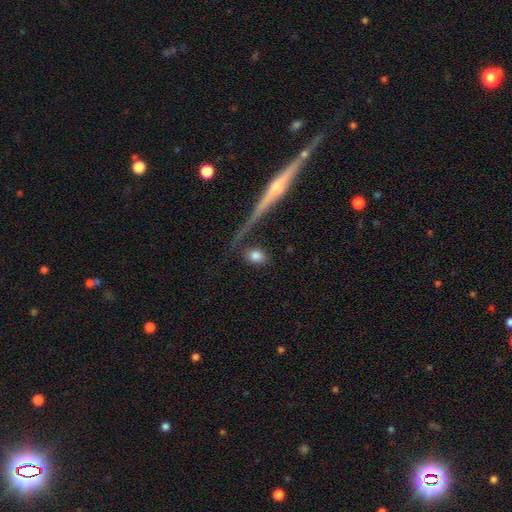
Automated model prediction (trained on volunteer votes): Smooth or featured: smooth — 80% (featured or disk — 11%)
How rounded: round — 50% (in between — 44%)
Merging: none — 78% (minor disturbance — 10%)